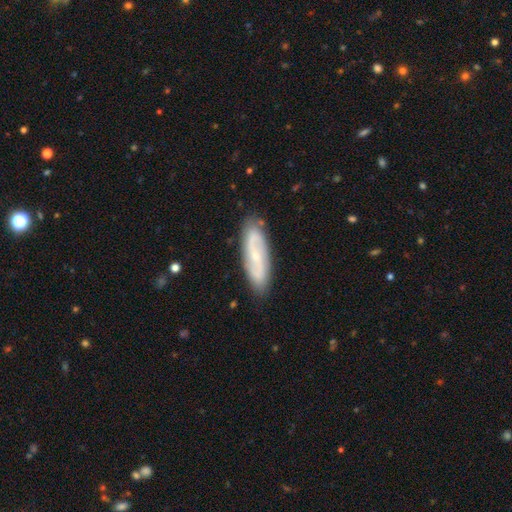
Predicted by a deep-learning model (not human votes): Smooth or featured?
  - featured or disk: 67% *
  - smooth: 26%
  - star or artifact: 6%
Edge-on disk?
  - no: 85% *
  - yes: 15%
Bar?
  - no: 45% *
  - weak: 40%
  - strong: 15%
Spiral arms?
  - yes: 88% *
  - no: 12%
Spiral winding?
  - medium: 41% *
  - loose: 31%
  - tight: 28%
Spiral arm count?
  - 2: 80% *
  - can't tell: 14%
  - 3: 2%
  - 1: 2%
  - 4: 1%
  - more than 4: 1%
Bulge size?
  - small: 72% *
  - moderate: 19%
  - none: 6%
  - large: 1%
  - dominant: 1%
Merging?
  - none: 86% *
  - minor disturbance: 11%
  - major disturbance: 2%
  - merger: 1%